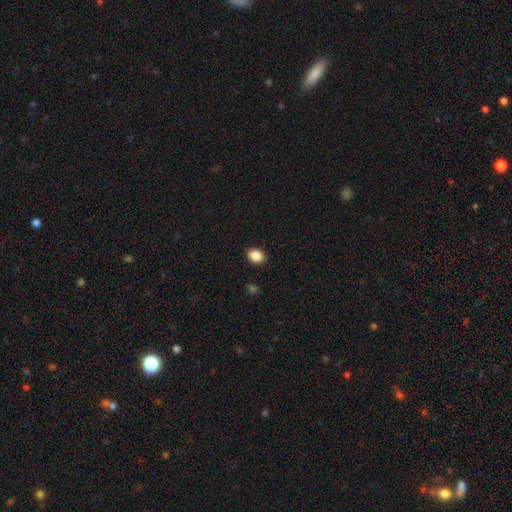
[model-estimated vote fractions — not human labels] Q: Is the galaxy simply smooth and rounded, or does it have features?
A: smooth — 88%.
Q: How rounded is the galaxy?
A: in between — 61%.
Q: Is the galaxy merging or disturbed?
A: none — 90%.